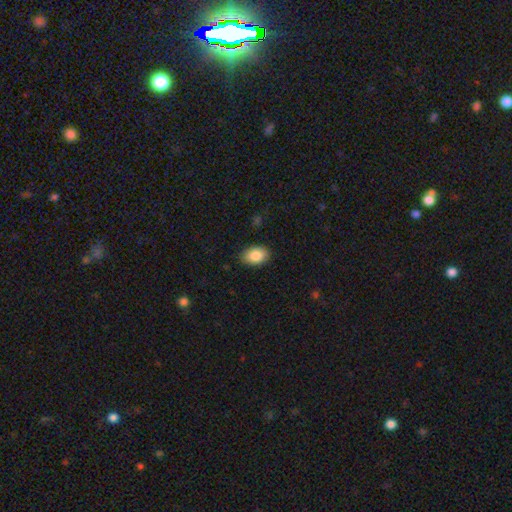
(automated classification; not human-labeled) Smooth or featured? Predicted: smooth (p=0.87). How rounded? Predicted: in between (p=0.88). Merging? Predicted: none (p=0.86).